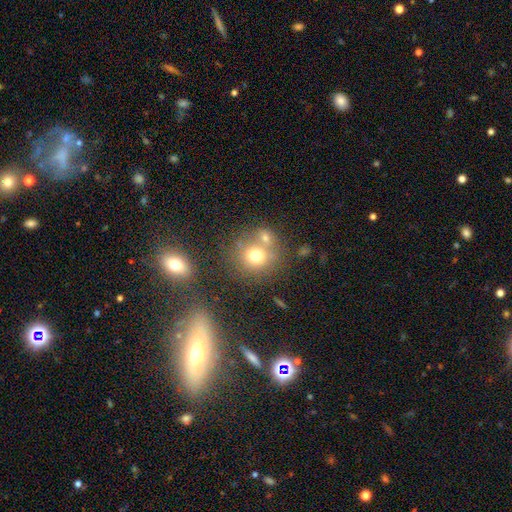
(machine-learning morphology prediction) smooth 71%, featured or disk 15%, star or artifact 14%. Down the decision tree: how rounded — round (86%); merging — none (55%).